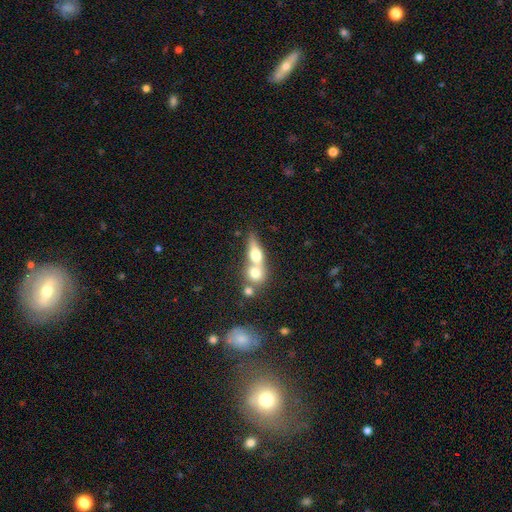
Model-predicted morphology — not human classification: smooth-or-featured: smooth: 60% | featured or disk: 31% | star or artifact: 9%
  how-rounded: in between: 47% | round: 29% | cigar-shaped: 24%
  merging: merger: 67% | none: 22% | minor disturbance: 6% | major disturbance: 4%